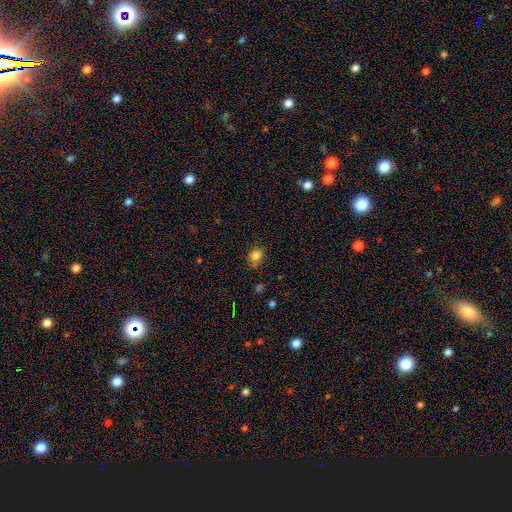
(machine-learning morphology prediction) A smooth galaxy with no disk features (82%) that is round (56%). Merging: none (75%).